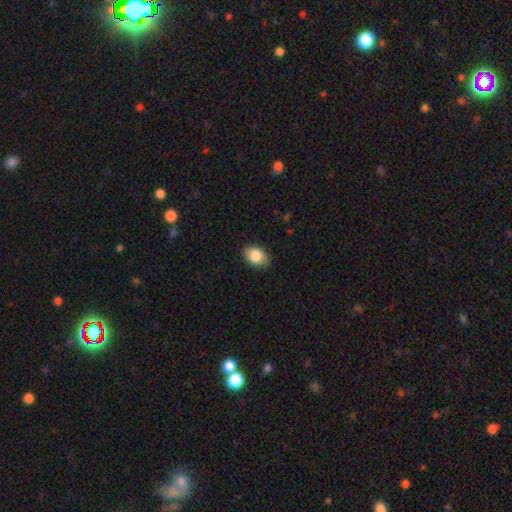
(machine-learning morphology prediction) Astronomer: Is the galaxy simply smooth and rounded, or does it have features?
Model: smooth — 85%.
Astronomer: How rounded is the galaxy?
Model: in between — 78%.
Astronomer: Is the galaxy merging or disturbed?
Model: none — 82%.